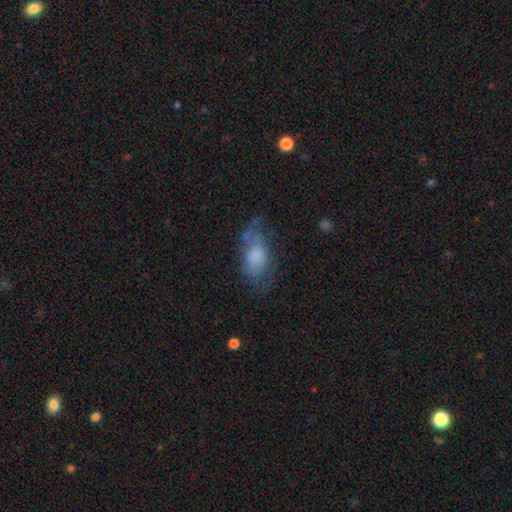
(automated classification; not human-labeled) Smooth or featured? smooth (59%)
How rounded? in between (88%)
Merging? none (47%)